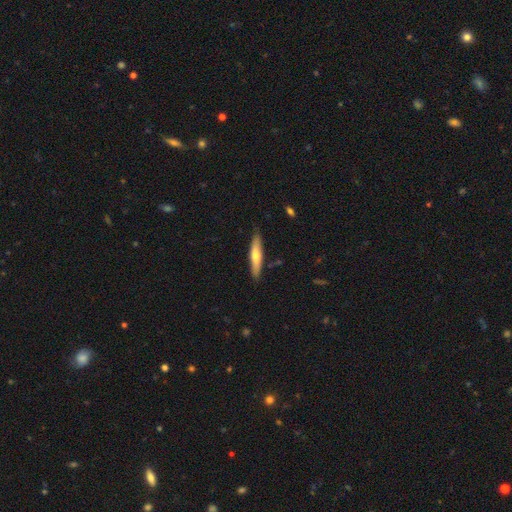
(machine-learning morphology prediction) Smooth or featured? Predicted: smooth (p=0.55). How rounded? Predicted: cigar-shaped (p=0.87). Merging? Predicted: none (p=0.85).